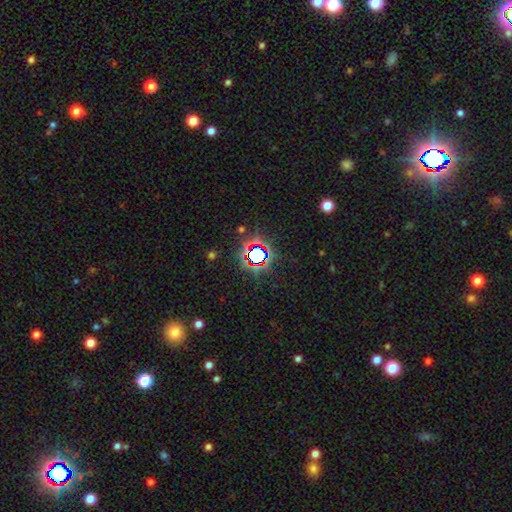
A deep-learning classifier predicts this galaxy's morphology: smooth_or_featured: star or artifact (p=0.71) [alt: smooth p=0.18]